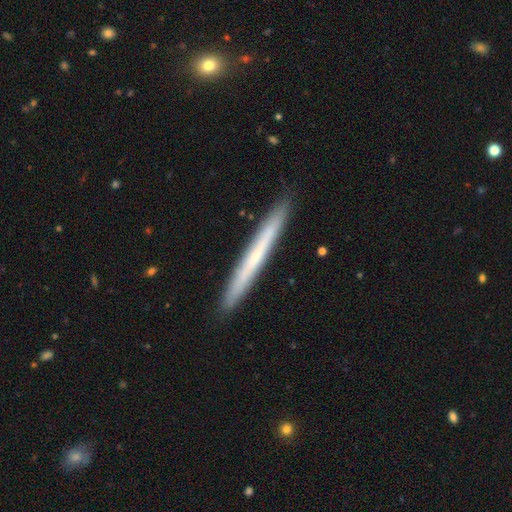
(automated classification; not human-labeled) A featured or disk galaxy (48%). Merging: none (92%).